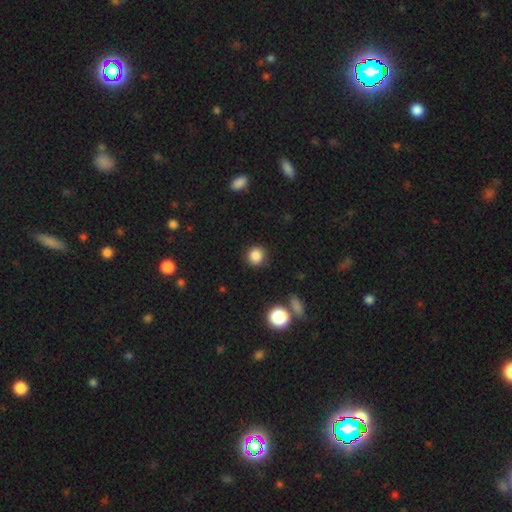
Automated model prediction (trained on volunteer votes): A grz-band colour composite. It shows a smooth galaxy with no disk features (86%) that is round (88%). Merging: none (88%).